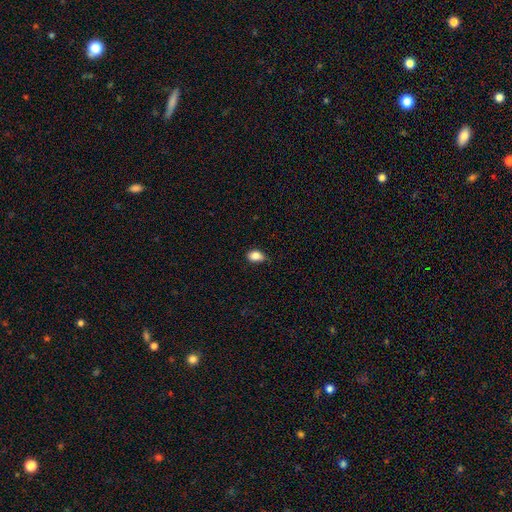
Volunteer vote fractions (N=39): Smooth or featured? 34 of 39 (87%) said smooth. How rounded? 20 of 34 (59%) said in between. Merging? 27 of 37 (73%) said none.